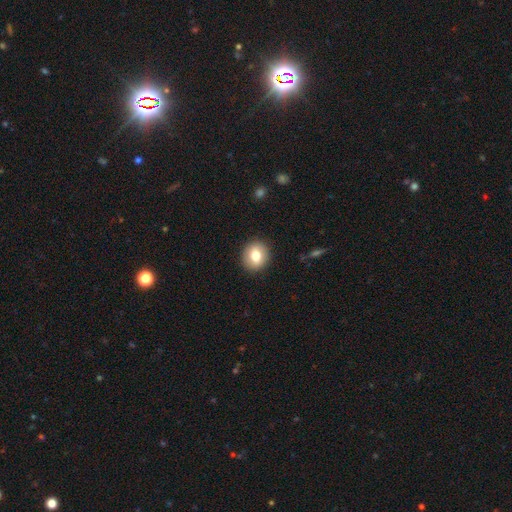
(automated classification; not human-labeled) This is likely a smooth galaxy (77%). How rounded: likely round (73%). Merging: clearly none (90%).